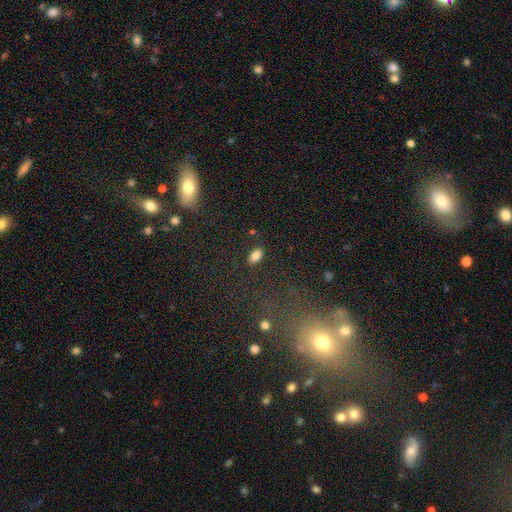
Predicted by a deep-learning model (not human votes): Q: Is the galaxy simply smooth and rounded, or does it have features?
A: smooth — 83%.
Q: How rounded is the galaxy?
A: in between — 91%.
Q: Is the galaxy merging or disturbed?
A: none — 86%.